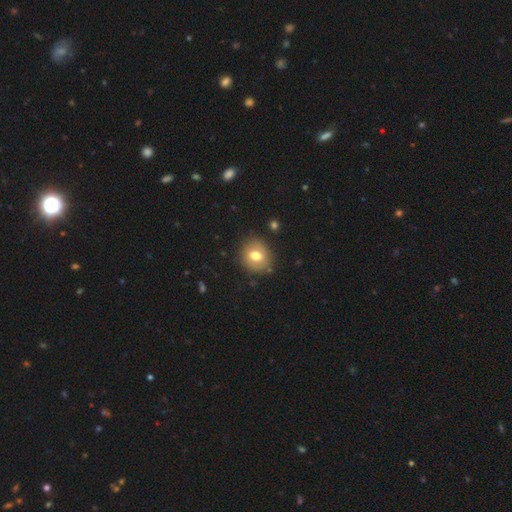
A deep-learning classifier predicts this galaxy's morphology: The model was most divided on "how rounded": round: 73%, in between: 26%, cigar-shaped: 1%. More confident: merging — none (85%); smooth or featured — smooth (70%).